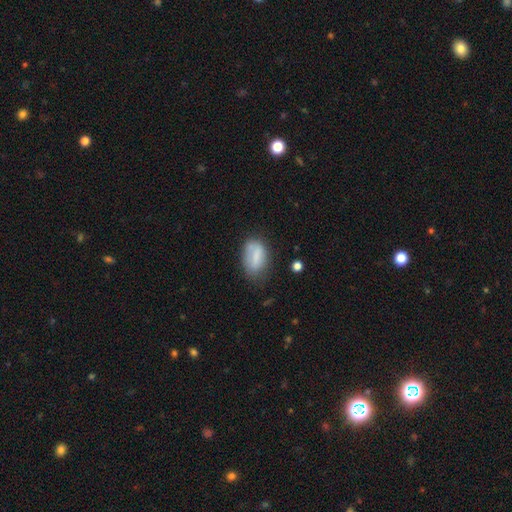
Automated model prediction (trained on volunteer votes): Smooth or featured? smooth (73%)
How rounded? in between (90%)
Merging? none (53%)